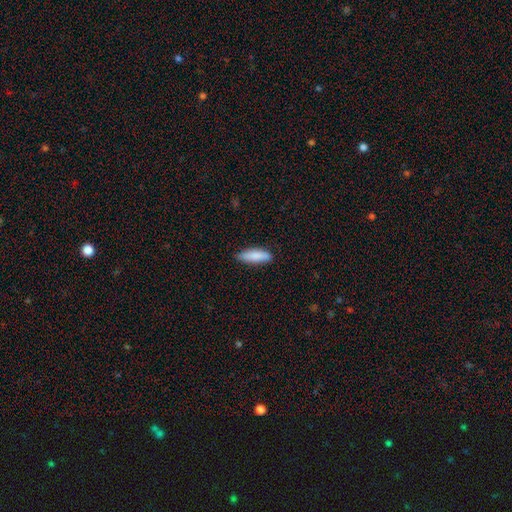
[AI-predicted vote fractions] Q: Smooth or featured?
A: smooth (85%); runner-up: featured or disk (9%)
Q: How rounded?
A: cigar-shaped (54%); runner-up: in between (44%)
Q: Merging?
A: none (82%); runner-up: minor disturbance (15%)